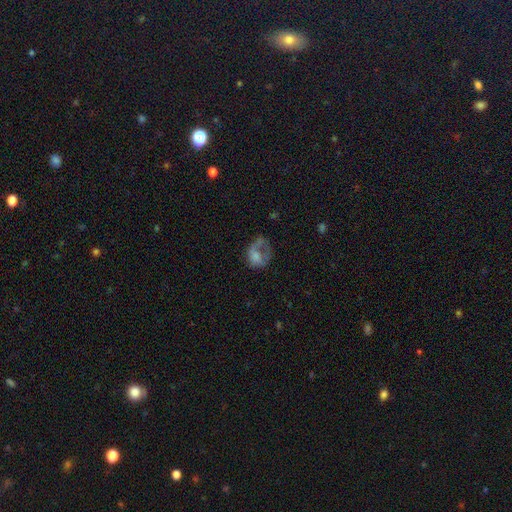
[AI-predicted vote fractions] smooth_or_featured: smooth (p=0.52) [alt: featured or disk p=0.37]
how_rounded: in between (p=0.56) [alt: round p=0.43]
merging: major disturbance (p=0.45) [alt: none p=0.30]